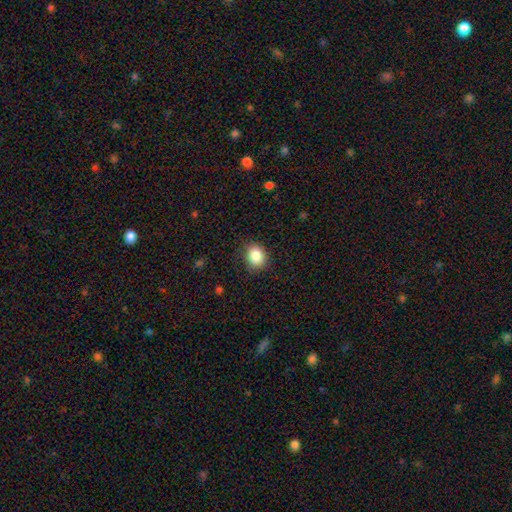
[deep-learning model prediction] smooth-or-featured: smooth: 86% | star or artifact: 9% | featured or disk: 5%
  how-rounded: round: 57% | in between: 42% | cigar-shaped: 1%
  merging: none: 85% | minor disturbance: 11% | major disturbance: 3% | merger: 1%